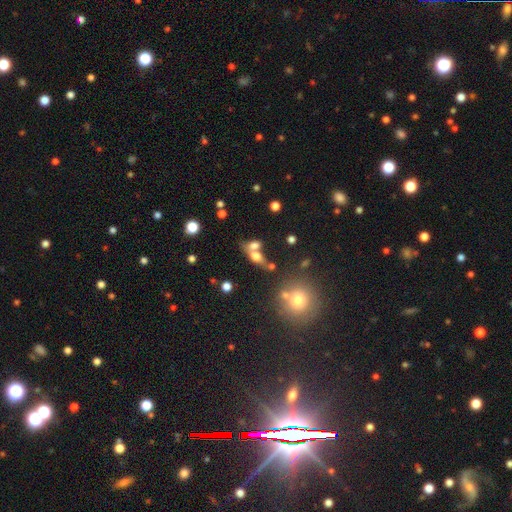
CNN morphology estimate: Smooth or featured: smooth — 62% (featured or disk — 25%)
How rounded: in between — 67% (round — 17%)
Merging: merger — 51% (none — 33%)